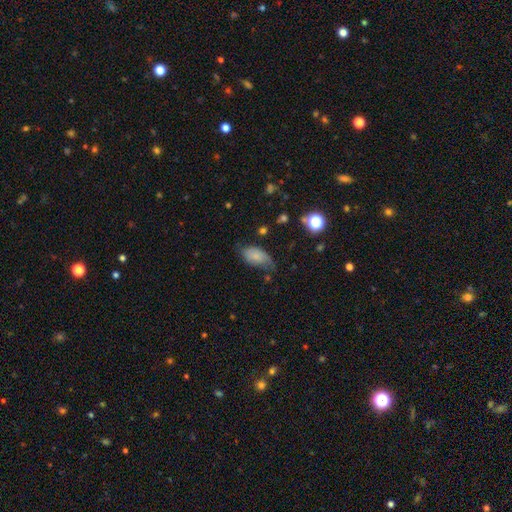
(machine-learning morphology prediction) Smooth or featured: smooth — 75% (featured or disk — 16%)
How rounded: in between — 93% (round — 4%)
Merging: none — 51% (minor disturbance — 35%)